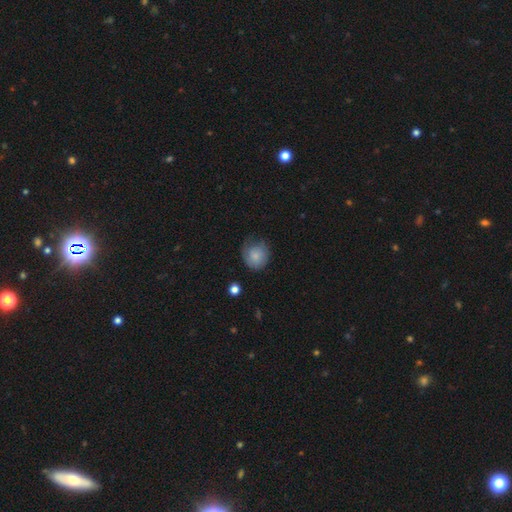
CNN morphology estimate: smooth-or-featured: smooth: 80% | featured or disk: 12% | star or artifact: 8%
  how-rounded: round: 84% | in between: 15% | cigar-shaped: 1%
  merging: none: 55% | minor disturbance: 32% | major disturbance: 11% | merger: 2%